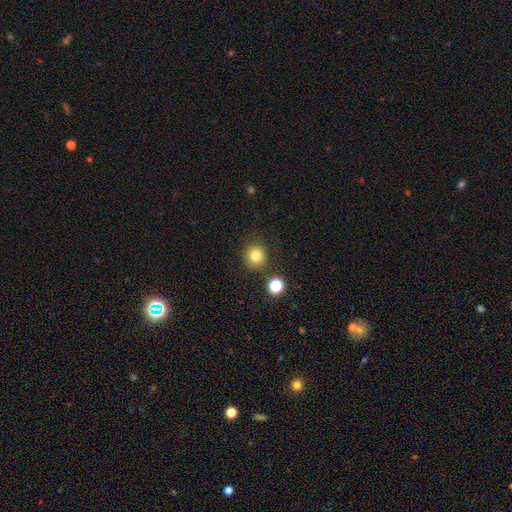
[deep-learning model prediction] smooth-or-featured: smooth: 80% | star or artifact: 14% | featured or disk: 6%
  how-rounded: round: 90% | in between: 9% | cigar-shaped: 1%
  merging: none: 84% | minor disturbance: 8% | merger: 4% | major disturbance: 3%